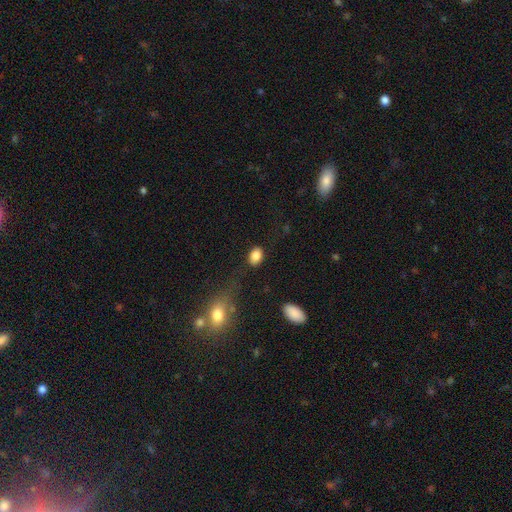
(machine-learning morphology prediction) Smooth or featured: smooth — 86% (star or artifact — 8%)
How rounded: in between — 77% (round — 22%)
Merging: none — 80% (minor disturbance — 13%)